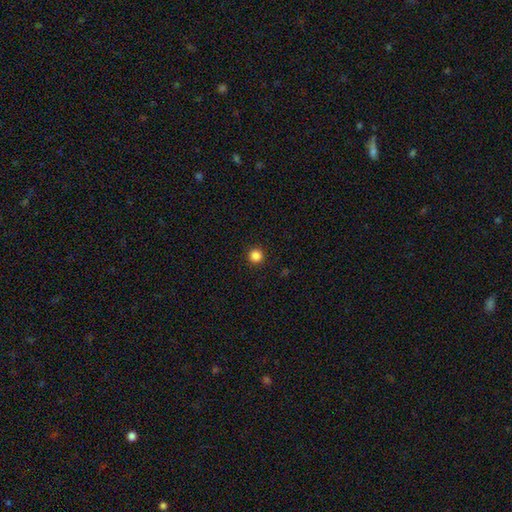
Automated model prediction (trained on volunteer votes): Q: Smooth or featured?
A: smooth (86%); runner-up: star or artifact (11%)
Q: How rounded?
A: round (96%); runner-up: in between (3%)
Q: Merging?
A: none (93%); runner-up: minor disturbance (4%)